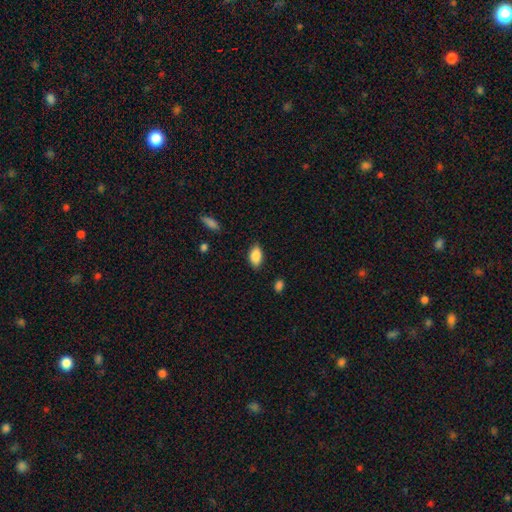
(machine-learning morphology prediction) This is clearly a smooth galaxy (88%). How rounded: clearly in between (92%). Merging: clearly none (83%).